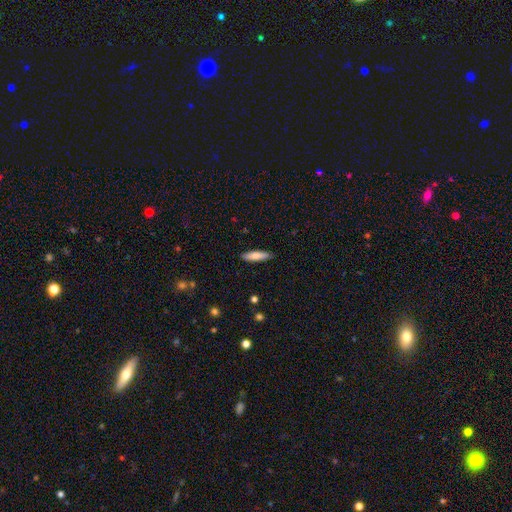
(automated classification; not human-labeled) The model was most divided on "how rounded": cigar-shaped: 75%, in between: 24%, round: 1%. More confident: merging — none (89%); smooth or featured — smooth (76%).